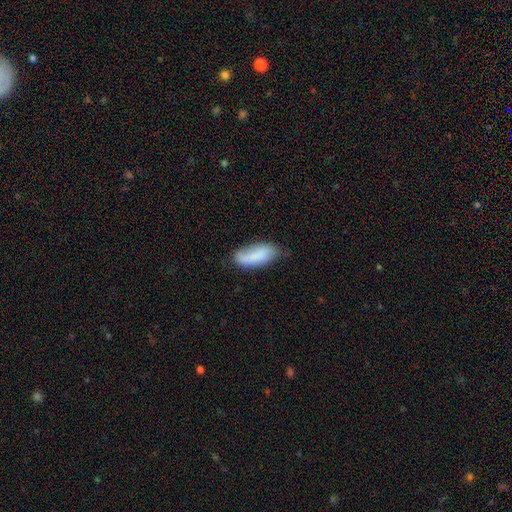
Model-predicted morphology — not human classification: smooth-or-featured: smooth: 78% | featured or disk: 15% | star or artifact: 7%
  how-rounded: in between: 77% | cigar-shaped: 21% | round: 2%
  merging: none: 58% | minor disturbance: 31% | major disturbance: 9% | merger: 3%